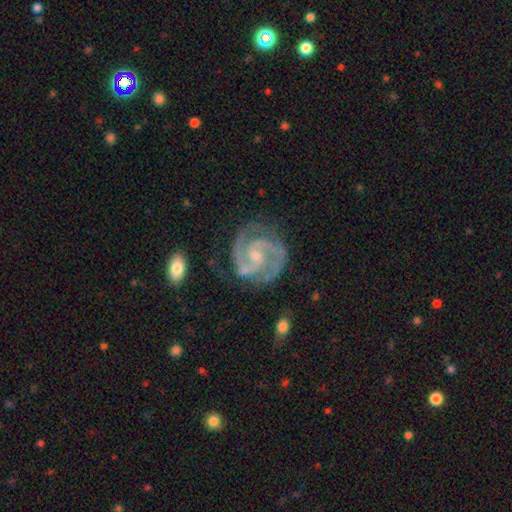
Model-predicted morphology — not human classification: Overall: featured or disk (93%). Edge-on disk: no (98%). Bar: no (47%; weak 39%). Spiral arms: yes (99%). Spiral arm count: 2 (90%). Spiral winding: tight (49%; medium 46%). Bulge size: small (60%; moderate 32%). Merging: none (79%).